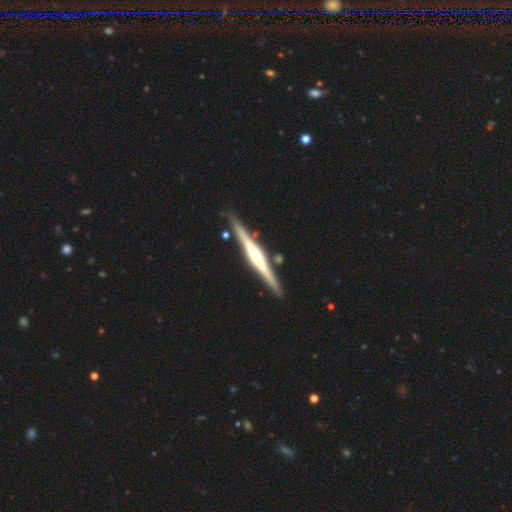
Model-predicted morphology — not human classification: The model was most divided on "smooth or featured": featured or disk: 83%, smooth: 13%, star or artifact: 4%. More confident: edge-on disk — yes (98%); merging — none (86%); edge-on bulge — rounded (83%).